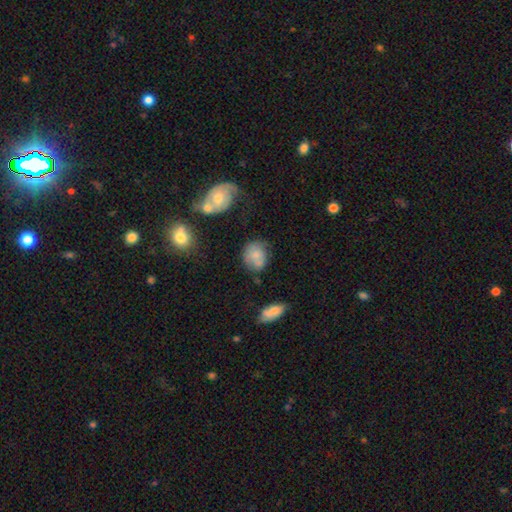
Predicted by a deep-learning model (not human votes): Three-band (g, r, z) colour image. It shows a smooth galaxy with no disk features (67%) that is round (59%). Merging: none (48%).